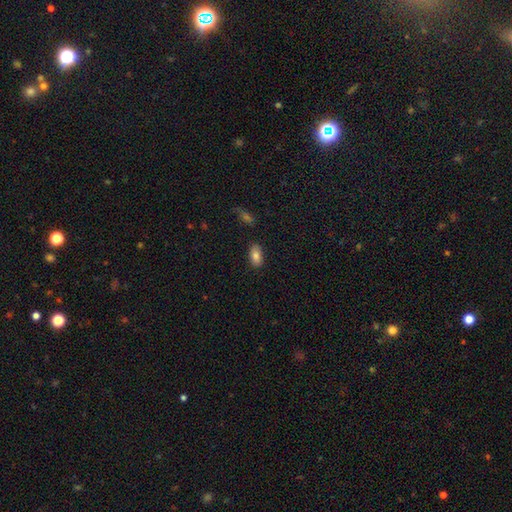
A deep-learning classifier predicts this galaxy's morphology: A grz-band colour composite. It shows a smooth galaxy with no disk features (83%) that is in between round and cigar-shaped (92%). Merging: none (86%).